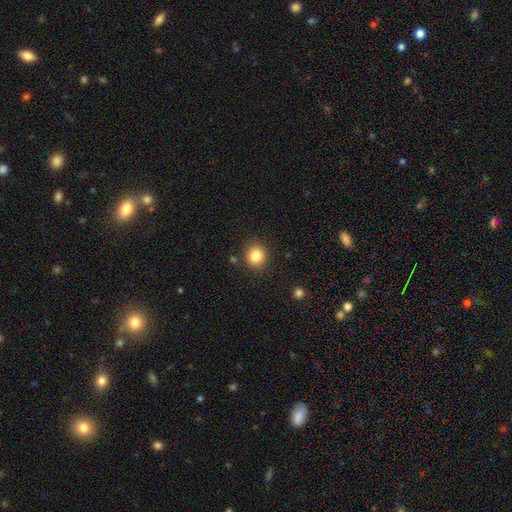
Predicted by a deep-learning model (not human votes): Smooth or featured? smooth (83%)
How rounded? round (87%)
Merging? none (88%)